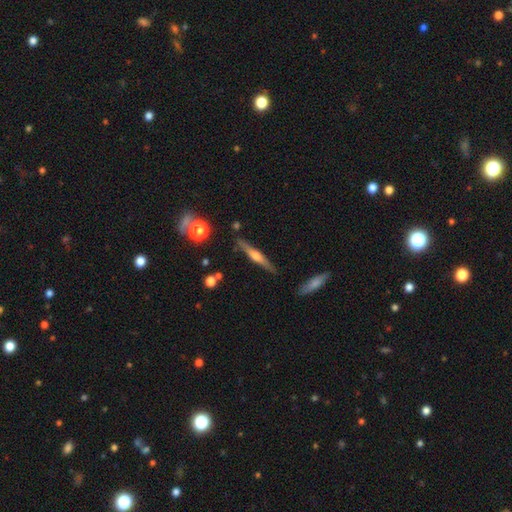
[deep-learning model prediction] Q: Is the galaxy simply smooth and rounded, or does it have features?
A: featured or disk — 67%.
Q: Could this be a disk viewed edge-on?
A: yes — 97%.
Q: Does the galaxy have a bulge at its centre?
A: rounded — 84%.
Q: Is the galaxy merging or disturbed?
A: none — 87%.